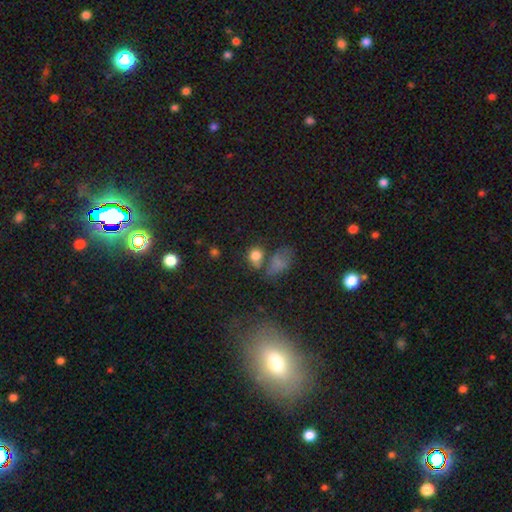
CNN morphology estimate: smooth-or-featured: smooth: 77% | star or artifact: 15% | featured or disk: 8%
  how-rounded: round: 65% | in between: 33% | cigar-shaped: 2%
  merging: none: 51% | merger: 23% | minor disturbance: 17% | major disturbance: 10%